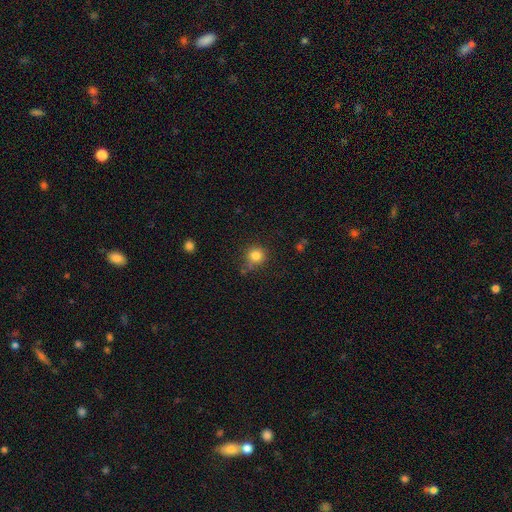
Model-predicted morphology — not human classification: Smooth or featured? Predicted: smooth (p=0.82). How rounded? Predicted: round (p=0.91). Merging? Predicted: none (p=0.74).